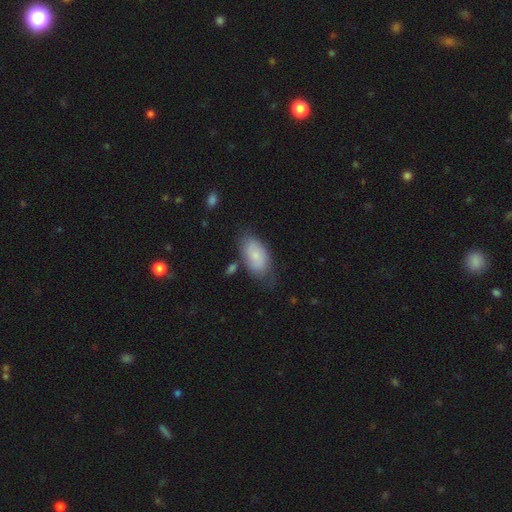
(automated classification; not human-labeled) Smooth or featured?
  - smooth: 68% *
  - featured or disk: 25%
  - star or artifact: 7%
How rounded?
  - in between: 93% *
  - round: 5%
  - cigar-shaped: 2%
Merging?
  - none: 62% *
  - minor disturbance: 25%
  - major disturbance: 7%
  - merger: 5%